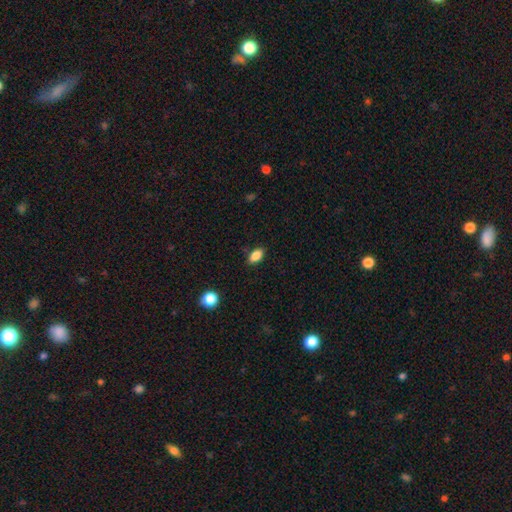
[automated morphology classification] This is clearly a smooth galaxy (86%). How rounded: clearly in between (90%). Merging: clearly none (86%).